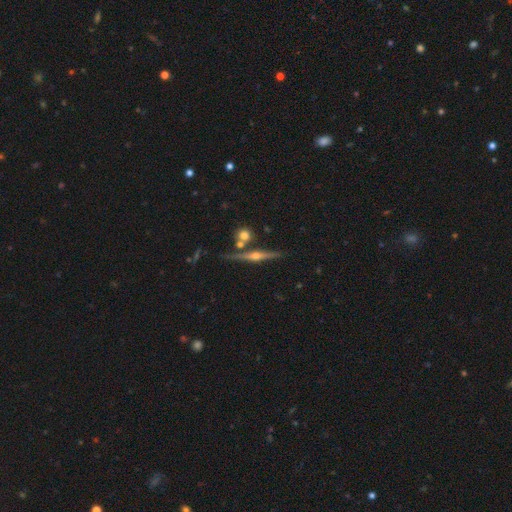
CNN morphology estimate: Smooth or featured?
  - featured or disk: 81% *
  - smooth: 12%
  - star or artifact: 7%
Edge-on disk?
  - yes: 98% *
  - no: 2%
Edge-on bulge?
  - rounded: 93% *
  - none: 4%
  - boxy: 3%
Merging?
  - none: 82% *
  - minor disturbance: 9%
  - merger: 7%
  - major disturbance: 2%